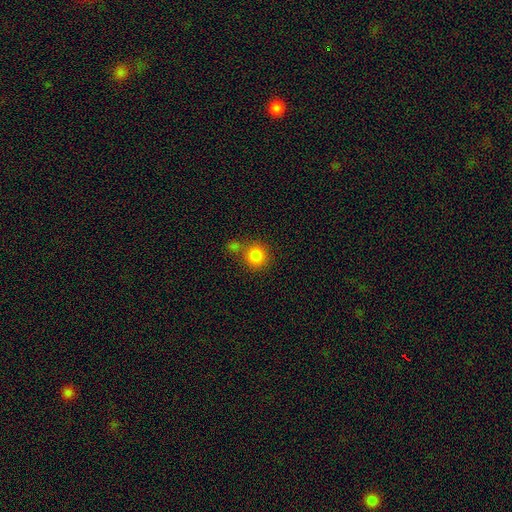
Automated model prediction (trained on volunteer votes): smooth_or_featured: smooth (p=0.84) [alt: star or artifact p=0.11]
how_rounded: round (p=0.91) [alt: in between p=0.08]
merging: none (p=0.65) [alt: merger p=0.22]